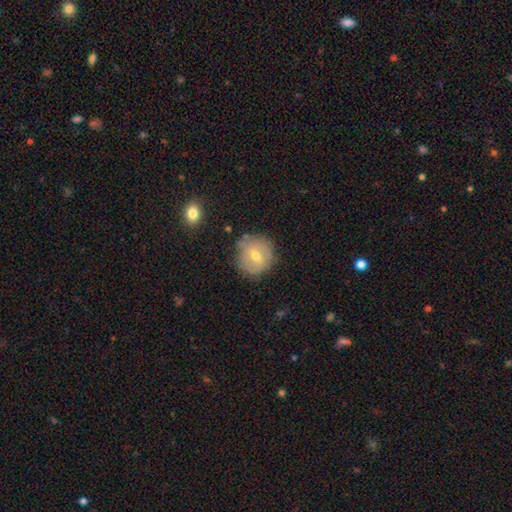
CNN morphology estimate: This appears to be a smooth galaxy with no disk features (50%) that is round (90%). Merging: none (74%).